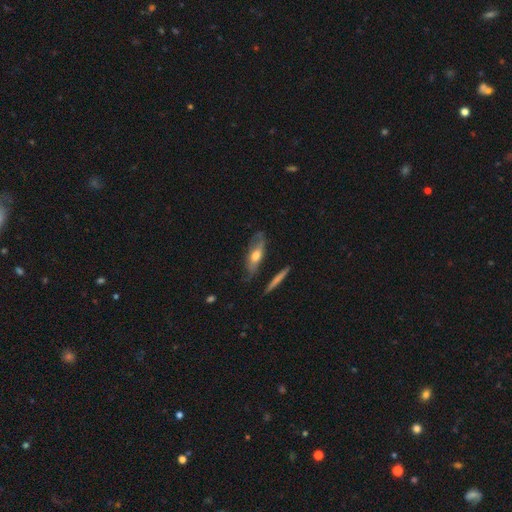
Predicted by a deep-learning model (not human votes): smooth_or_featured: featured or disk (p=0.48) [alt: smooth p=0.45]
merging: none (p=0.66) [alt: minor disturbance p=0.22]